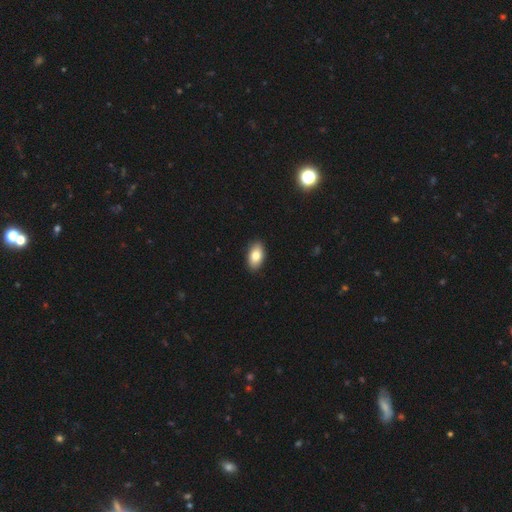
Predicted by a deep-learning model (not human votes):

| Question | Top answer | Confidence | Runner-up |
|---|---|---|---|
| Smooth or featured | smooth | 81% | featured or disk (12%) |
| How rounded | in between | 93% | round (5%) |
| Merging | none | 90% | minor disturbance (8%) |